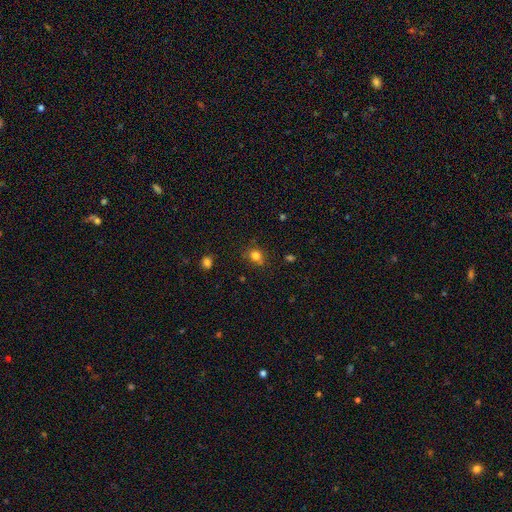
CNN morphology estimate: smooth_or_featured: smooth (p=0.79) [alt: star or artifact p=0.14]
how_rounded: round (p=0.72) [alt: in between p=0.27]
merging: none (p=0.71) [alt: minor disturbance p=0.19]